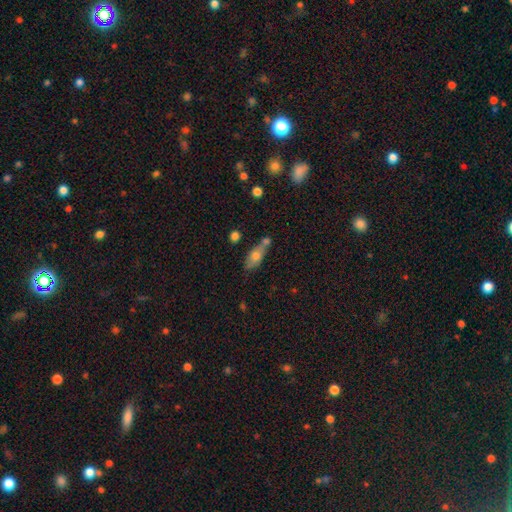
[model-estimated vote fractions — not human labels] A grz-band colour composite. It shows a smooth galaxy with no disk features (64%) that is in between round and cigar-shaped (74%). Merging: none (43%).